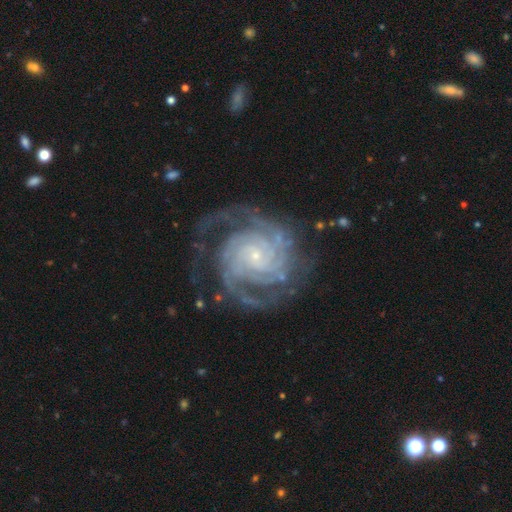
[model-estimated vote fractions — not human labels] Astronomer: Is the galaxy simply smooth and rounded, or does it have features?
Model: featured or disk — 92%.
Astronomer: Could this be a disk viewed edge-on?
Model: no — 98%.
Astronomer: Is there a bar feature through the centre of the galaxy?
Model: no — 69%.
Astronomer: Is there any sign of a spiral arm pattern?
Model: yes — 99%.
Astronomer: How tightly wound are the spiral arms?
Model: tight — 75%.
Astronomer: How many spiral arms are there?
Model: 3 — 24% (runner-up: 2, 23%).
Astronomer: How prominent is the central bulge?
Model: small — 85%.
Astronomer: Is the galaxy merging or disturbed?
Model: none — 74%.